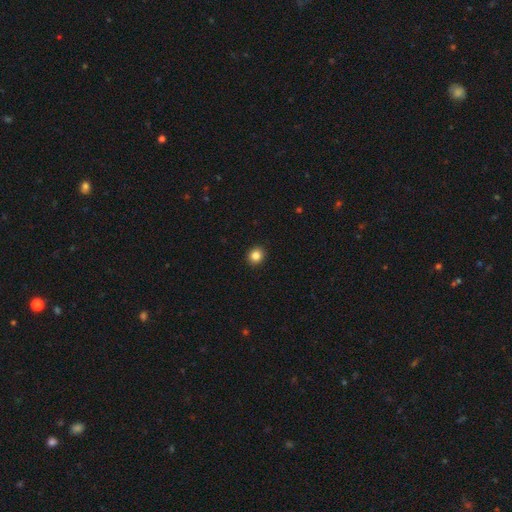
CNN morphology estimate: A smooth galaxy with no disk features (85%) that is round (87%).

Vote fractions:
- Smooth or featured? smooth: 85% / star or artifact: 11% / featured or disk: 5%
- How rounded? round: 87% / in between: 12% / cigar-shaped: 1%
- Merging? none: 93% / minor disturbance: 5% / major disturbance: 1% / merger: 1%